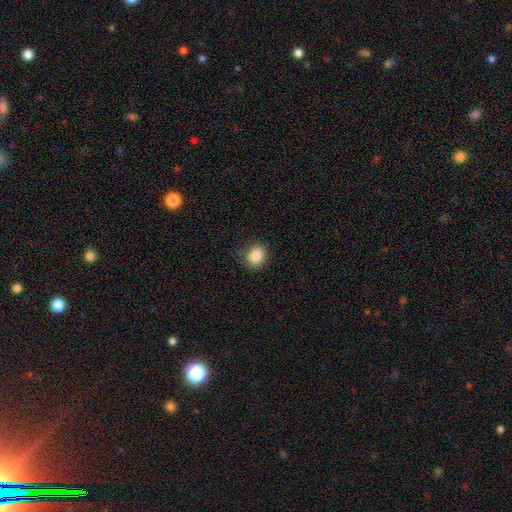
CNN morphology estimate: Smooth or featured? Predicted: smooth (p=0.85). How rounded? Predicted: round (p=0.67). Merging? Predicted: none (p=0.83).